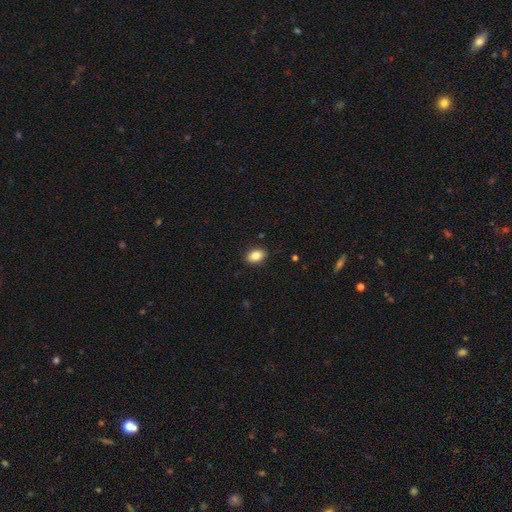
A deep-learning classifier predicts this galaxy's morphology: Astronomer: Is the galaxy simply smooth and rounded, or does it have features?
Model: smooth — 85%.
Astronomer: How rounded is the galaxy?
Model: in between — 87%.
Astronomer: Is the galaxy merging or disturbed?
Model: none — 88%.